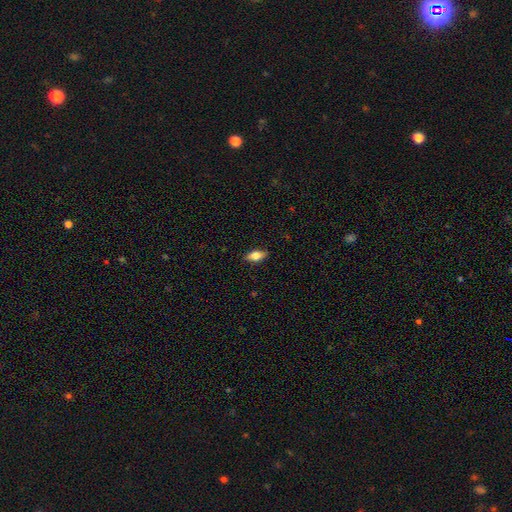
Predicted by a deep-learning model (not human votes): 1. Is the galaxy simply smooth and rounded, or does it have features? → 68% smooth, 25% featured or disk, 7% star or artifact.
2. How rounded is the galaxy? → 81% in between, 15% cigar-shaped, 4% round.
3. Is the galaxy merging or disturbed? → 86% none, 11% minor disturbance, 2% major disturbance, 1% merger.